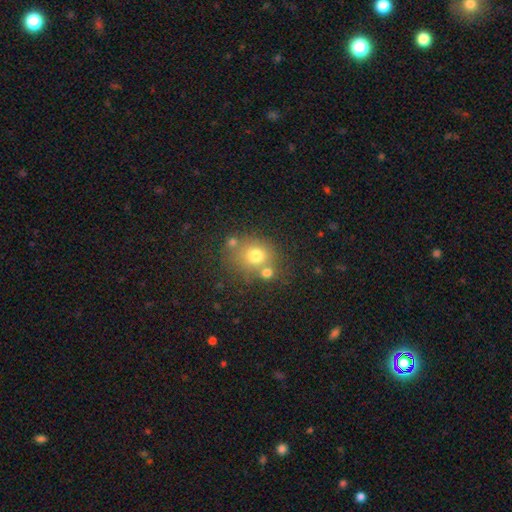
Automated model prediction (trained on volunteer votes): This appears to be a smooth galaxy with no disk features (72%) that is round (76%). Merging: none (58%).